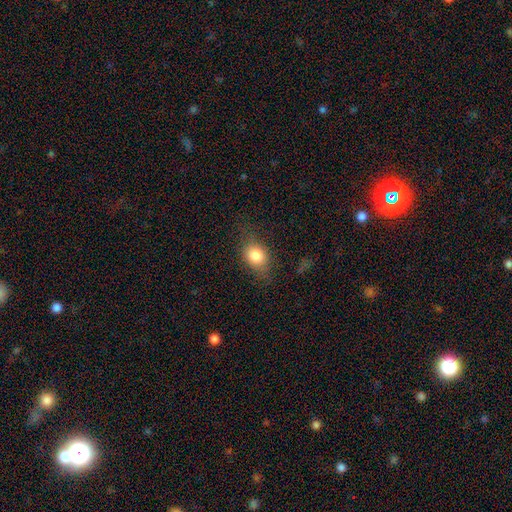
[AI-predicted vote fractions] smooth-or-featured: smooth: 79% | featured or disk: 12% | star or artifact: 9%
  how-rounded: in between: 58% | round: 40% | cigar-shaped: 2%
  merging: none: 67% | minor disturbance: 22% | major disturbance: 10% | merger: 1%